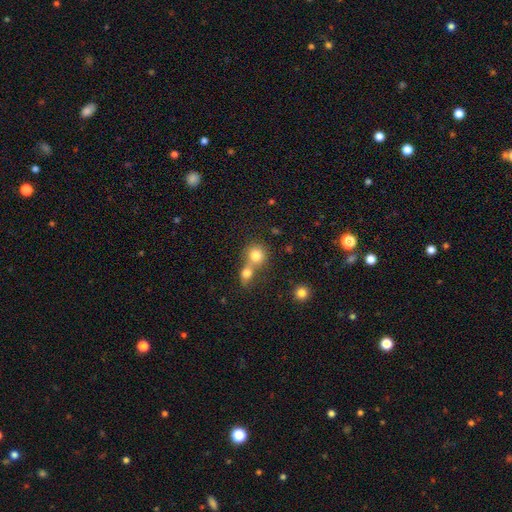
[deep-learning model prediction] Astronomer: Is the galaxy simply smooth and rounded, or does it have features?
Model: smooth — 80%.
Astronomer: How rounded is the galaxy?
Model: round — 81%.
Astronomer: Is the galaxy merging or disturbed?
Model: merger — 53% (runner-up: none, 37%).